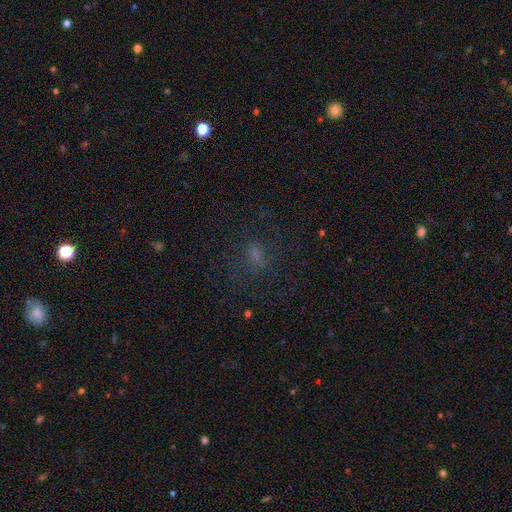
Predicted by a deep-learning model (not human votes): A smooth galaxy with no disk features (49%).

Vote fractions:
- Smooth or featured? smooth: 49% / star or artifact: 30% / featured or disk: 21%
- Merging? none: 64% / major disturbance: 18% / minor disturbance: 16% / merger: 2%